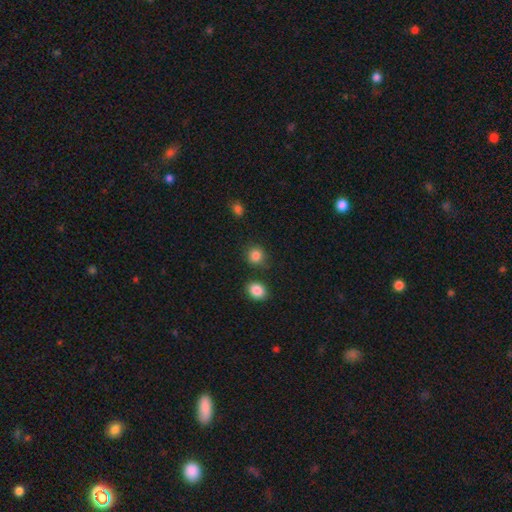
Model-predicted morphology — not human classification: Smooth or featured? Predicted: smooth (p=0.85). How rounded? Predicted: round (p=0.86). Merging? Predicted: none (p=0.83).